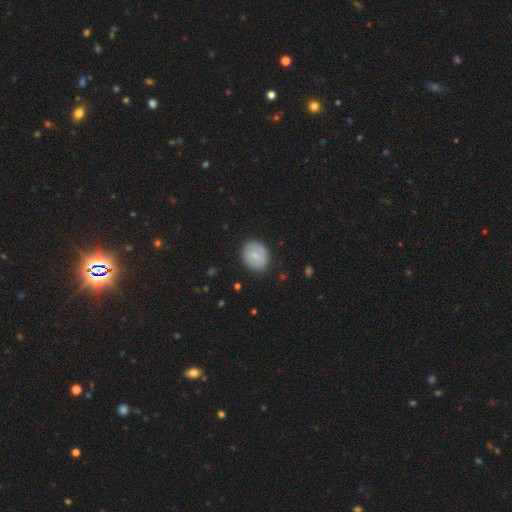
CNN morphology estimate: This is likely a smooth galaxy (65%). How rounded: likely round (62%). Merging: clearly none (84%).